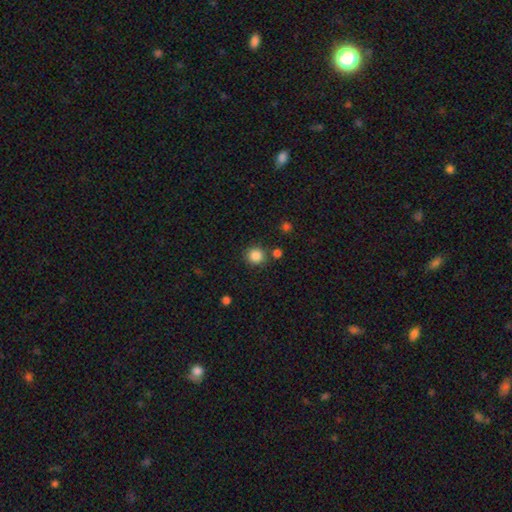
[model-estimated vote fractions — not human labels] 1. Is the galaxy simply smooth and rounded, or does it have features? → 86% smooth, 10% star or artifact, 4% featured or disk.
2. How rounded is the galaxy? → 90% round, 9% in between, 1% cigar-shaped.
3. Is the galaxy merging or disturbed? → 82% none, 8% minor disturbance, 7% merger, 3% major disturbance.